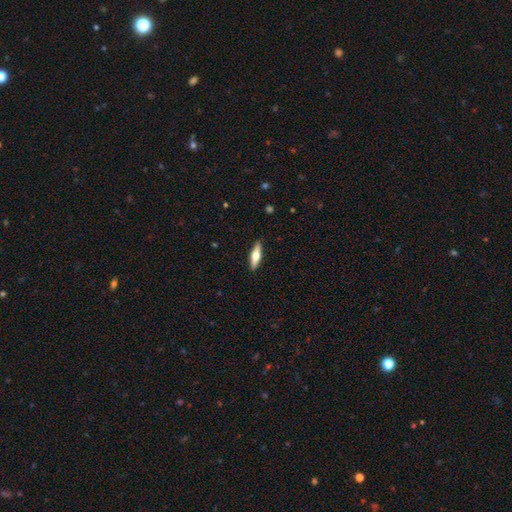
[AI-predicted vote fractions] The model was most divided on "smooth or featured": featured or disk: 50%, smooth: 45%, star or artifact: 5%. More confident: merging — none (91%).